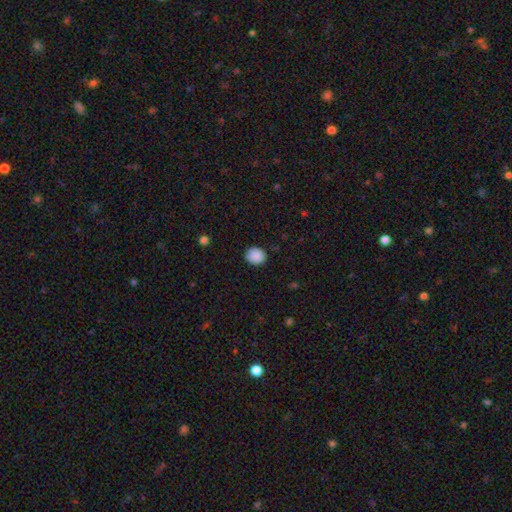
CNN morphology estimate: smooth-or-featured: smooth: 89% | star or artifact: 8% | featured or disk: 3%
  how-rounded: round: 74% | in between: 25% | cigar-shaped: 1%
  merging: none: 88% | minor disturbance: 8% | major disturbance: 2% | merger: 1%